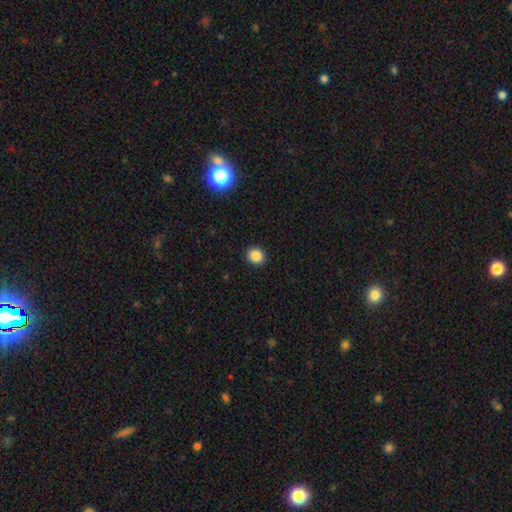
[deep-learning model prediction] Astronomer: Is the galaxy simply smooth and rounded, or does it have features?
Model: smooth — 86%.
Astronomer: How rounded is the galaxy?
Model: round — 85%.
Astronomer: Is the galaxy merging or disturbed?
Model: none — 92%.